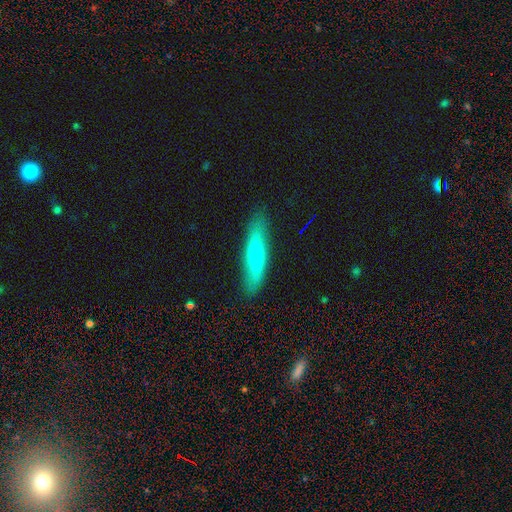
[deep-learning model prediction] Overall: smooth (61%; featured or disk 33%). How rounded: cigar-shaped (78%). Merging: none (86%).